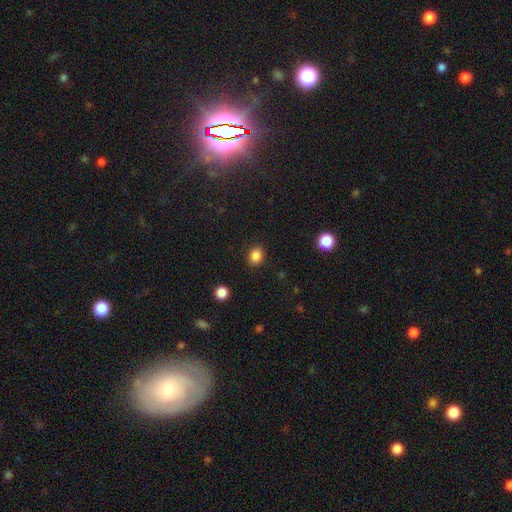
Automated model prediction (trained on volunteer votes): This is clearly a smooth galaxy (86%). How rounded: possibly round (57%). Merging: clearly none (88%).